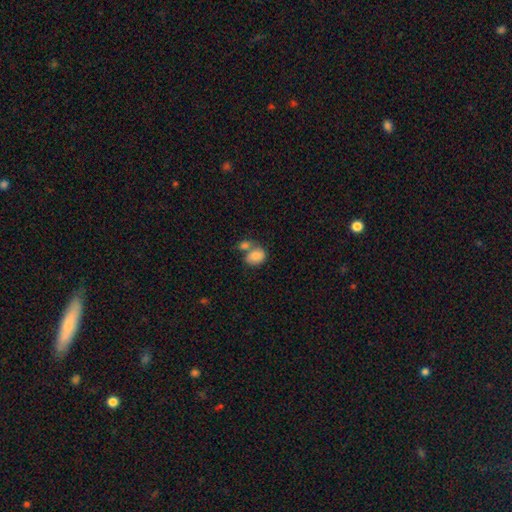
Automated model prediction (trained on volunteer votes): Morphology: type=smooth (82%); roundness=in between (62%); merging=merger (48%).